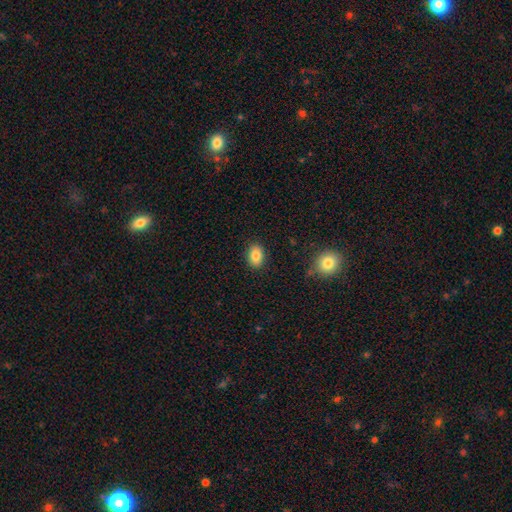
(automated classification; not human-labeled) The model was most divided on "how rounded": in between: 80%, round: 19%, cigar-shaped: 1%. More confident: merging — none (88%); smooth or featured — smooth (84%).